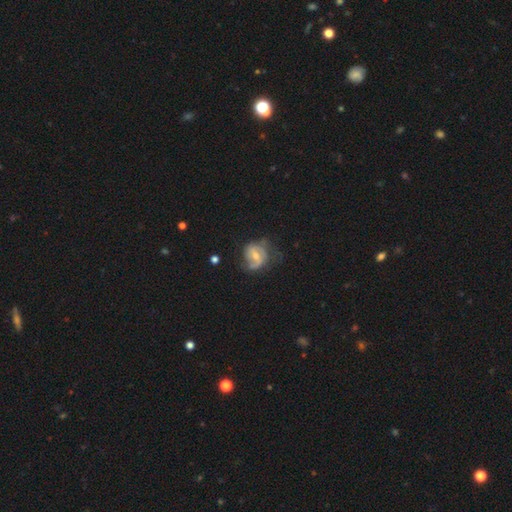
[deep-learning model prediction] A featured or disk galaxy (68%) with a weak bar (50%), 2 (58%) medium (41%) spiral arms (84%) and a moderate central bulge (48%). Merging: none (47%).